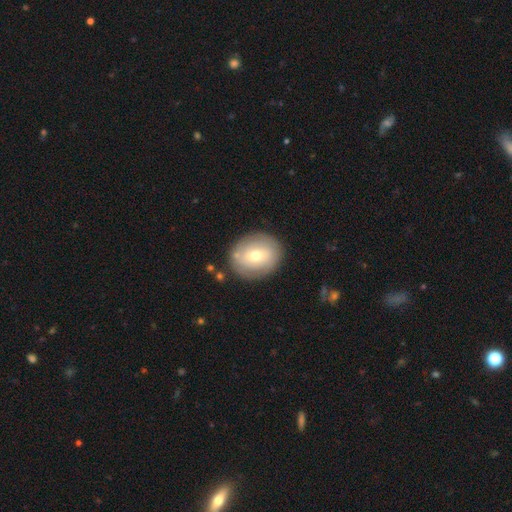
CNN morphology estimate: This appears to be a smooth galaxy with no disk features (56%) that is round (70%). Merging: none (83%).